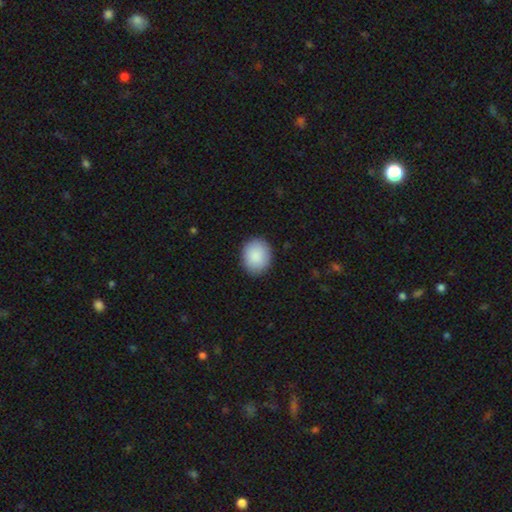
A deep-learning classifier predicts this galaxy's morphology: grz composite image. It shows a smooth galaxy with no disk features (89%) that is round (58%). Merging: none (88%).